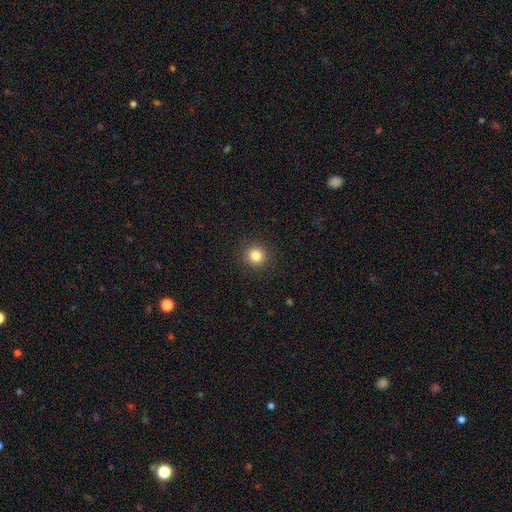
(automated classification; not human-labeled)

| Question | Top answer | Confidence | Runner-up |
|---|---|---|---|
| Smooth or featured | smooth | 83% | star or artifact (12%) |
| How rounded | round | 93% | in between (7%) |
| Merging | none | 92% | minor disturbance (5%) |